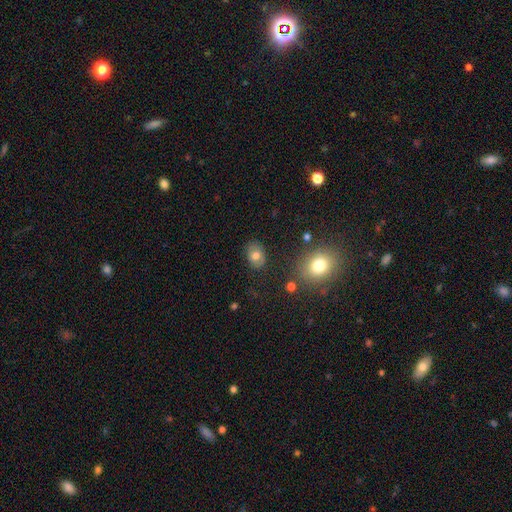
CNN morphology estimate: This appears to be a smooth galaxy with no disk features (70%) that is in between round and cigar-shaped (71%). Merging: none (83%).